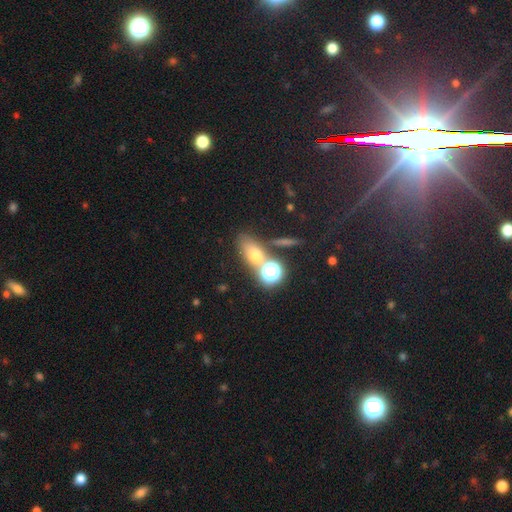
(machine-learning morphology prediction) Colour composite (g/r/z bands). It shows a smooth galaxy with no disk features (61%) that is in between round and cigar-shaped (62%). Merging: none (56%).